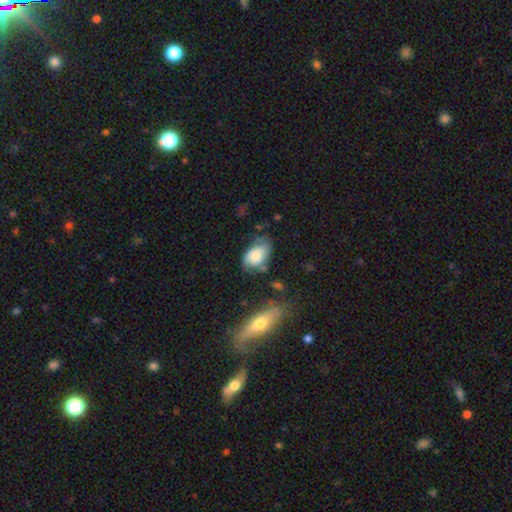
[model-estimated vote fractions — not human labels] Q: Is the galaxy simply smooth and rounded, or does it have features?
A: smooth — 71%.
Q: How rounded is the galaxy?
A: in between — 90%.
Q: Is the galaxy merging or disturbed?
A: none — 47%.